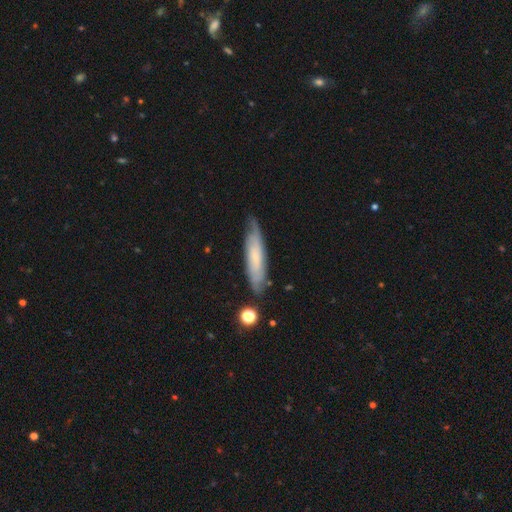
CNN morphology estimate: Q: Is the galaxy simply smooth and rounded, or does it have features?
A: smooth — 49%.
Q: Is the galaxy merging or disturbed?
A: none — 74%.